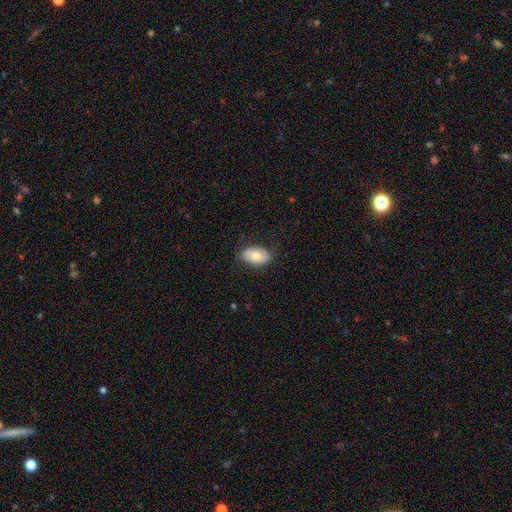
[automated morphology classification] Q: Smooth or featured?
A: smooth (74%); runner-up: featured or disk (19%)
Q: How rounded?
A: in between (90%); runner-up: round (9%)
Q: Merging?
A: none (82%); runner-up: minor disturbance (14%)